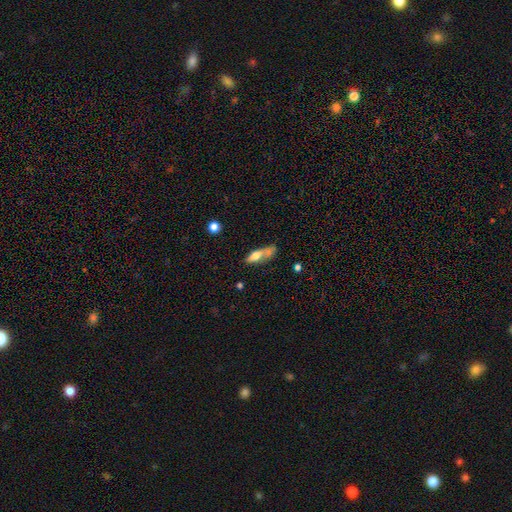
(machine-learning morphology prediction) A smooth galaxy with no disk features (62%) that is in between round and cigar-shaped (59%).

Vote fractions:
- Smooth or featured? smooth: 62% / featured or disk: 30% / star or artifact: 8%
- How rounded? in between: 59% / cigar-shaped: 37% / round: 5%
- Merging? merger: 34% / none: 32% / minor disturbance: 21% / major disturbance: 14%